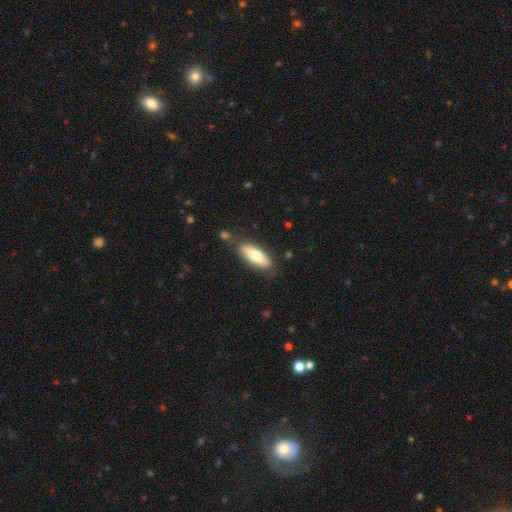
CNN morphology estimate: Overall: smooth (74%). How rounded: in between (68%; cigar-shaped 30%). Merging: none (78%).